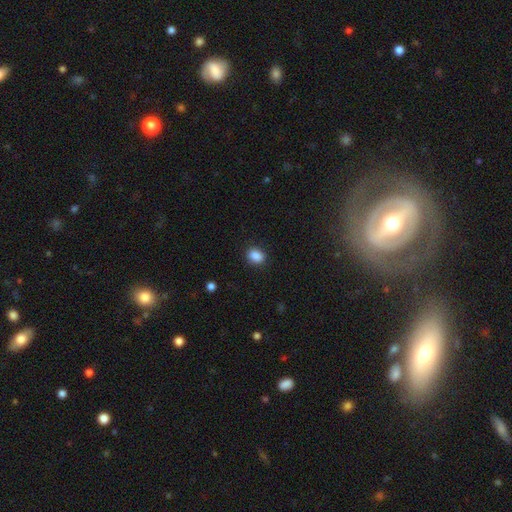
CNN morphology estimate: smooth_or_featured: smooth (p=0.88) [alt: star or artifact p=0.09]
how_rounded: in between (p=0.61) [alt: round p=0.38]
merging: none (p=0.87) [alt: minor disturbance p=0.10]